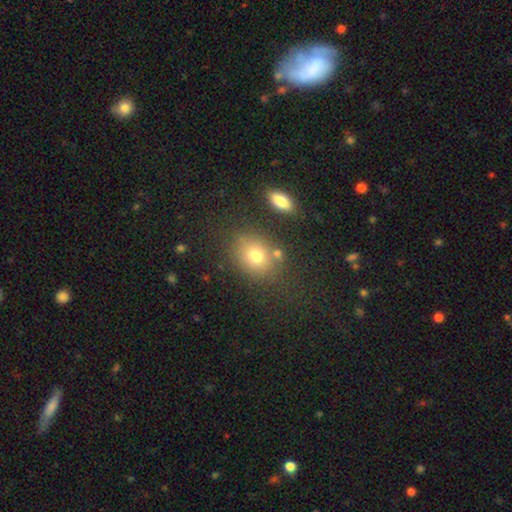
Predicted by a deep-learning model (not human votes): Morphology: type=smooth (74%); roundness=round (53%); merging=none (73%).